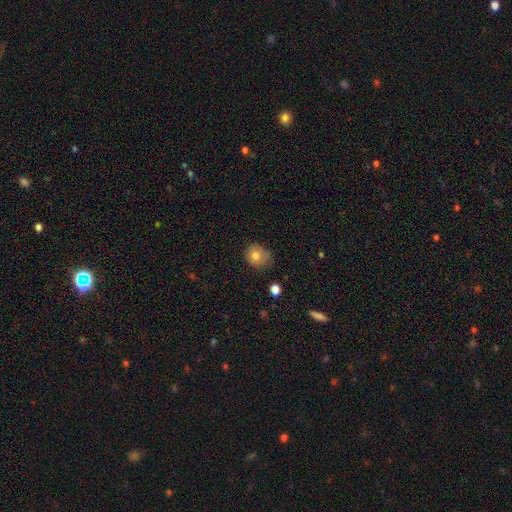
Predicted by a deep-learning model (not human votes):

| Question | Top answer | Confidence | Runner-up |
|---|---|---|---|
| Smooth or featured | smooth | 79% | featured or disk (12%) |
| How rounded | round | 71% | in between (28%) |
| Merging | none | 66% | minor disturbance (26%) |